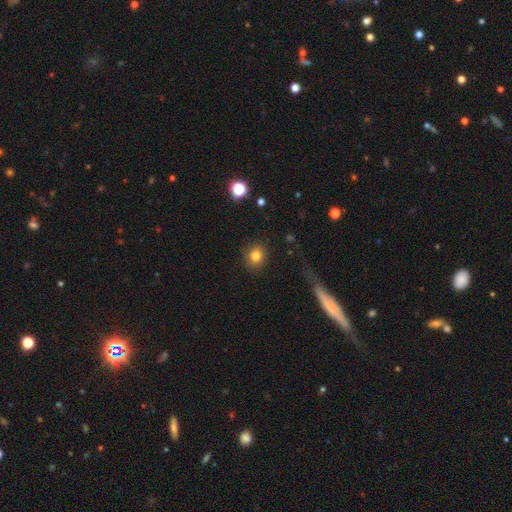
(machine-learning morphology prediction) Overall: smooth (82%). How rounded: round (78%). Merging: none (87%).